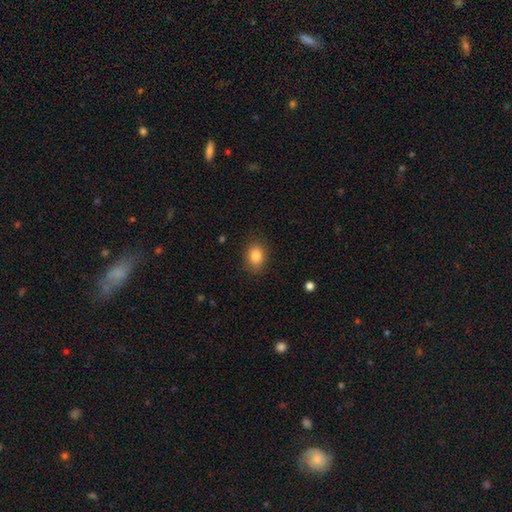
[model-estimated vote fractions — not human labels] A smooth galaxy with no disk features (85%) that is in between round and cigar-shaped (64%). Merging: none (85%).